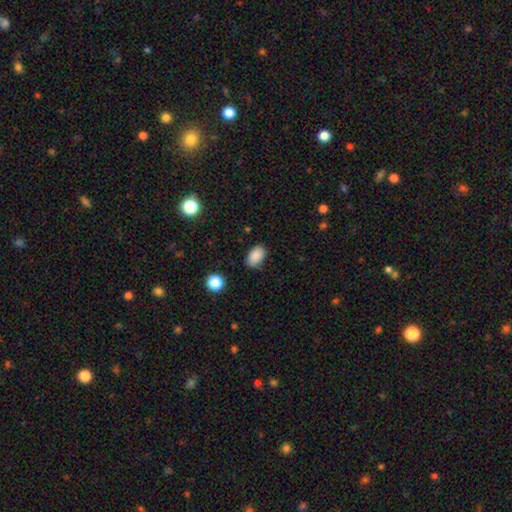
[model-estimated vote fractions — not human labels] Smooth or featured: smooth — 88% (star or artifact — 8%)
How rounded: in between — 90% (round — 9%)
Merging: none — 83% (minor disturbance — 12%)